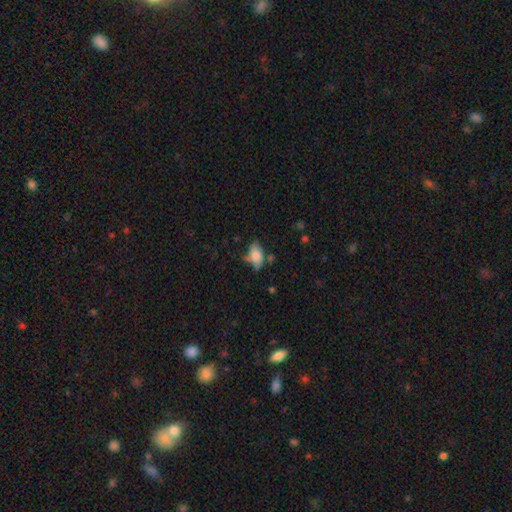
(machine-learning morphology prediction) smooth-or-featured: smooth: 70% | featured or disk: 20% | star or artifact: 9%
  how-rounded: in between: 88% | round: 7% | cigar-shaped: 5%
  merging: none: 43% | minor disturbance: 32% | major disturbance: 17% | merger: 9%